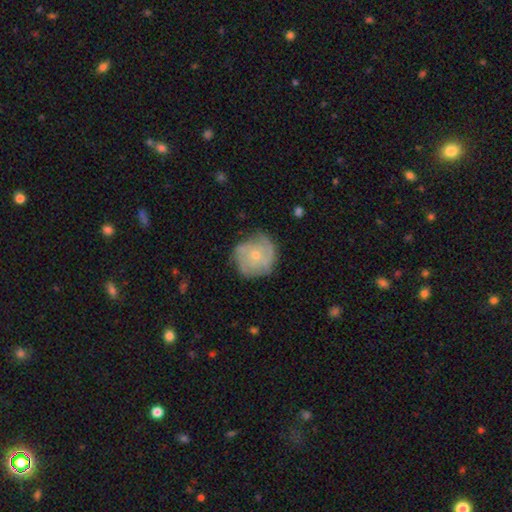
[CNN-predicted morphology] featured or disk 72%, smooth 22%, star or artifact 6%. Down the decision tree: edge-on disk — no (98%); bar — no (80%); spiral arms — yes (89%); spiral arm count — 3 (29%, tied with can't tell); spiral winding — tight (57%); bulge size — small (61%); merging — none (70%).